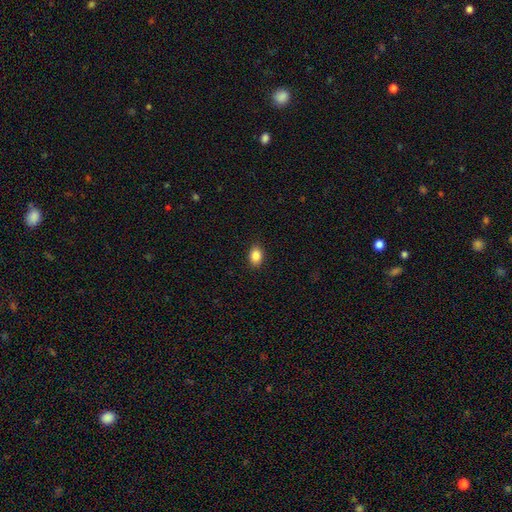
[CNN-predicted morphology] Smooth or featured? smooth (88%)
How rounded? in between (81%)
Merging? none (90%)